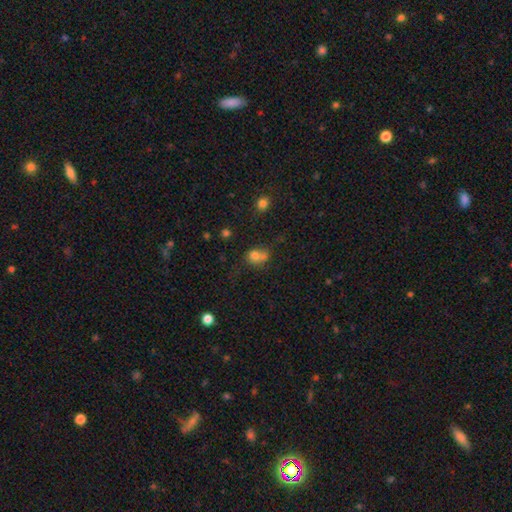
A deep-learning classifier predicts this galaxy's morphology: Smooth or featured?
  - smooth: 74% *
  - star or artifact: 14%
  - featured or disk: 12%
How rounded?
  - round: 65% *
  - in between: 34%
  - cigar-shaped: 1%
Merging?
  - merger: 48% *
  - none: 33%
  - minor disturbance: 12%
  - major disturbance: 7%